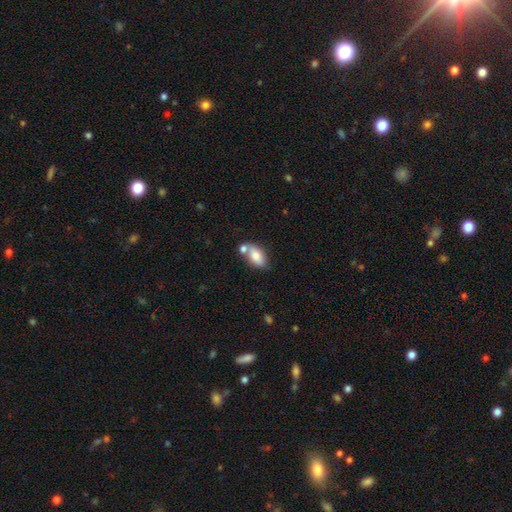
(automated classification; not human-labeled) This is likely a smooth galaxy (77%). How rounded: clearly in between (89%). Merging: marginally none (44%).